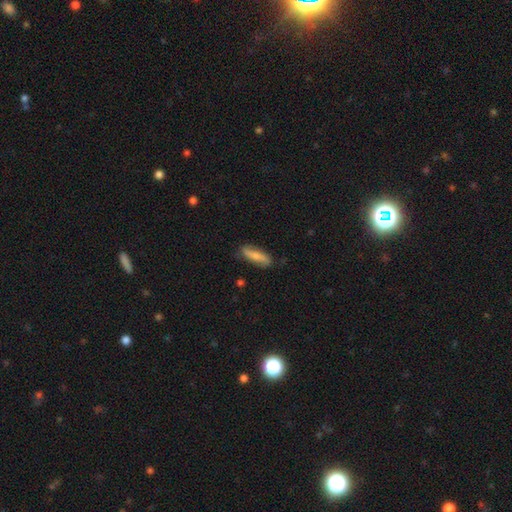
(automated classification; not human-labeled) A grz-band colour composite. It shows a smooth galaxy with no disk features (63%) that is cigar-shaped (60%). Merging: none (78%).